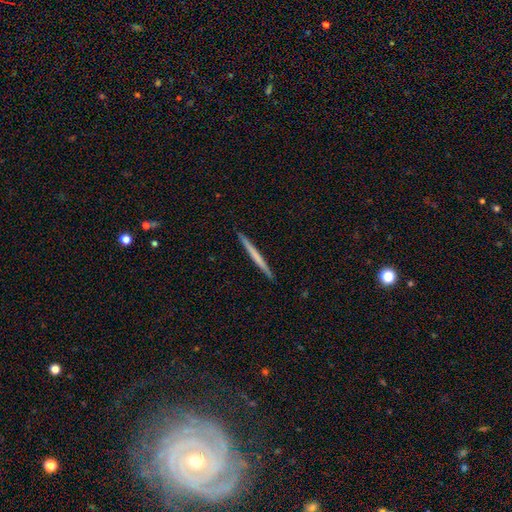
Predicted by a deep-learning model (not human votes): Overall: smooth (54%; featured or disk 41%). How rounded: cigar-shaped (97%). Merging: none (93%).